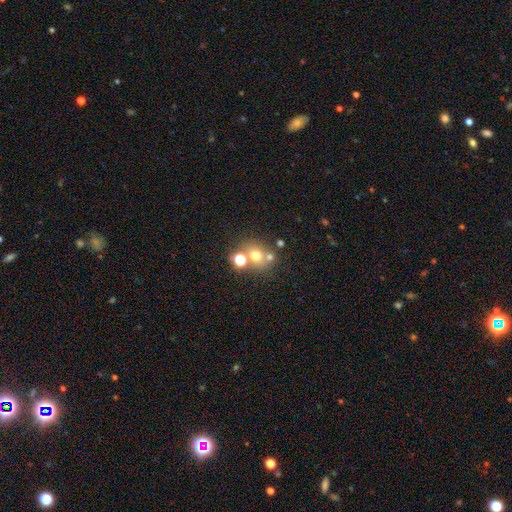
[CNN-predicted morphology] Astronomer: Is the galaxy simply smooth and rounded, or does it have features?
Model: smooth — 63%.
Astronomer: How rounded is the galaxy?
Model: round — 75%.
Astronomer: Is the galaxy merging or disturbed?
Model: none — 56%.